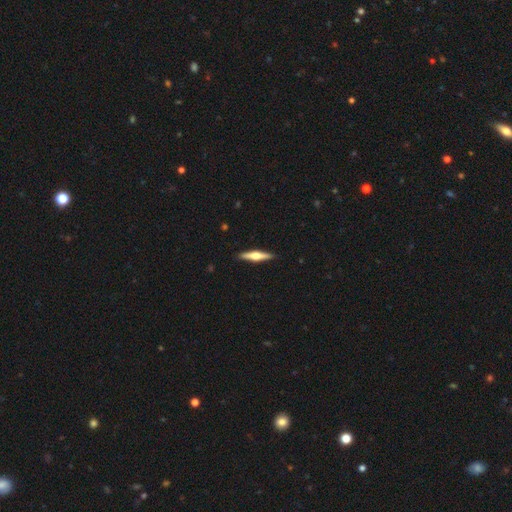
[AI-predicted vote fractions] Morphology: type=featured or disk (61%); edge-on=yes (97%); edge-on bulge=rounded (92%); merging=none (91%).